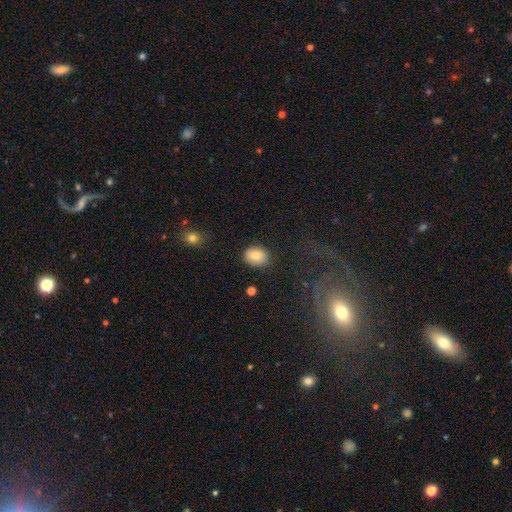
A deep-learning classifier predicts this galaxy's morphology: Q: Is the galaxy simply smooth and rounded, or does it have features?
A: smooth — 83%.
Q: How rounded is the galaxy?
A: round — 50%.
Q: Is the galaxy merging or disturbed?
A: none — 80%.